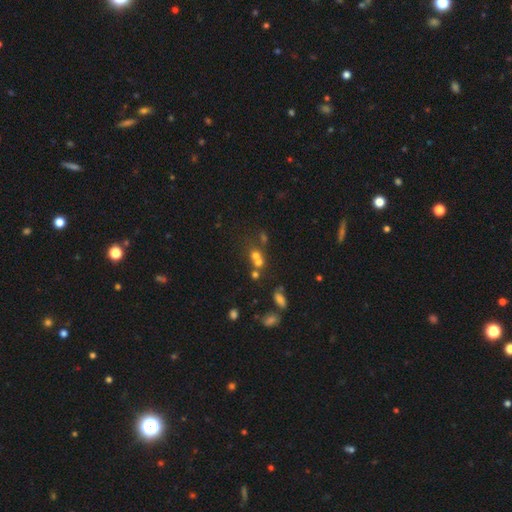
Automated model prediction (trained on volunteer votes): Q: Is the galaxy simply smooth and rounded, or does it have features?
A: smooth — 58%.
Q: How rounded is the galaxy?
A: round — 75%.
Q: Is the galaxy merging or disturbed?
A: merger — 52%.